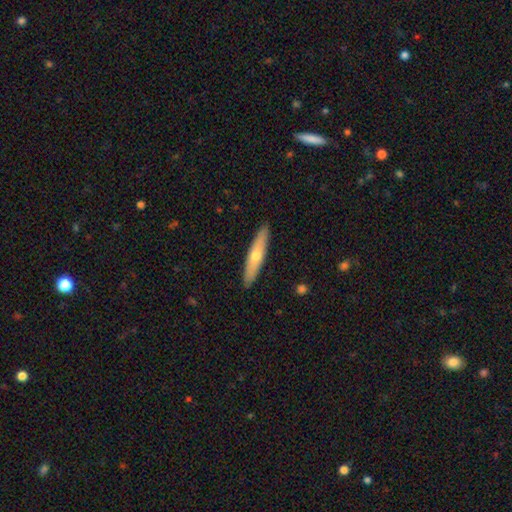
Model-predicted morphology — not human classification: smooth 54%, featured or disk 41%, star or artifact 5%. Down the decision tree: how rounded — cigar-shaped (87%); merging — none (91%).